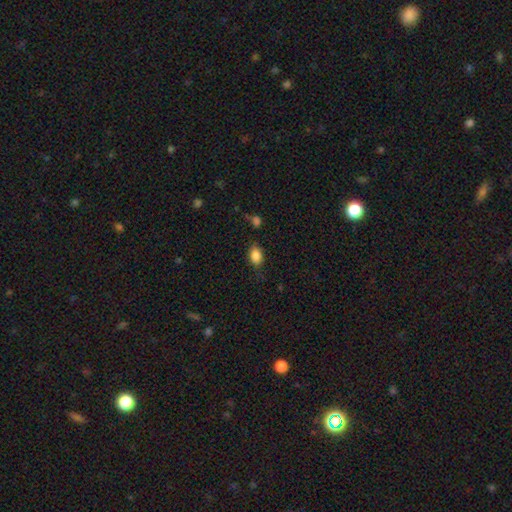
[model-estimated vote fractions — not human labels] This is clearly a smooth galaxy (87%). How rounded: clearly in between (82%). Merging: likely none (75%).